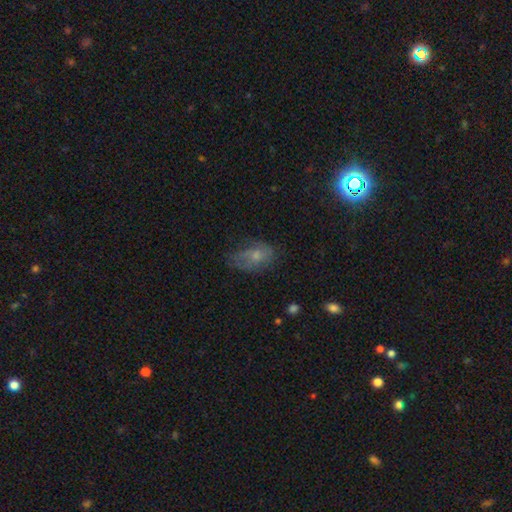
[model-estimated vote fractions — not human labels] Smooth or featured?
  - smooth: 57% *
  - featured or disk: 31%
  - star or artifact: 12%
How rounded?
  - in between: 87% *
  - round: 11%
  - cigar-shaped: 2%
Merging?
  - none: 46% *
  - minor disturbance: 31%
  - major disturbance: 21%
  - merger: 2%